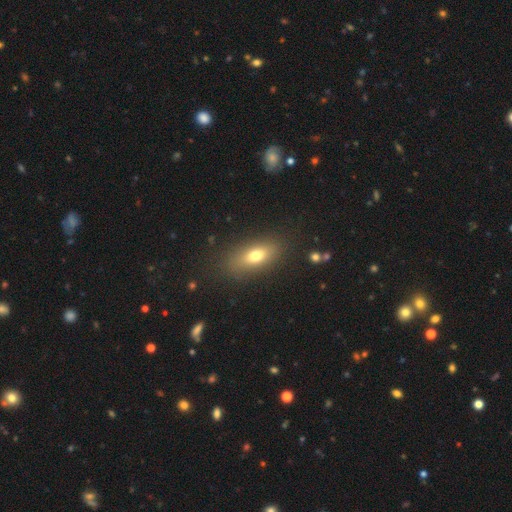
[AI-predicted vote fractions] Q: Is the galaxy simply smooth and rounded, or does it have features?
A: smooth — 72%.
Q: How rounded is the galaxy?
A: in between — 77%.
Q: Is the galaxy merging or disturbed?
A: none — 84%.